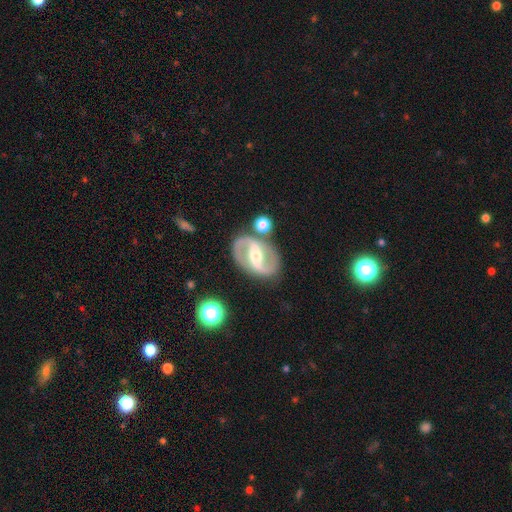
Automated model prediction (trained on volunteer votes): Smooth or featured? featured or disk (88%)
Edge-on disk? no (96%)
Bar? strong (63%)
Spiral arms? yes (92%)
Spiral winding? medium (52%)
Spiral arm count? 2 (93%)
Bulge size? moderate (61%)
Merging? none (82%)